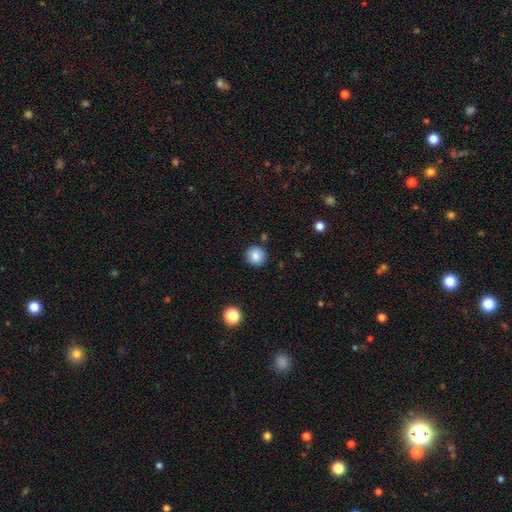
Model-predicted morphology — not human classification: Smooth or featured: smooth — 86% (star or artifact — 9%)
How rounded: round — 92% (in between — 7%)
Merging: none — 89% (minor disturbance — 7%)